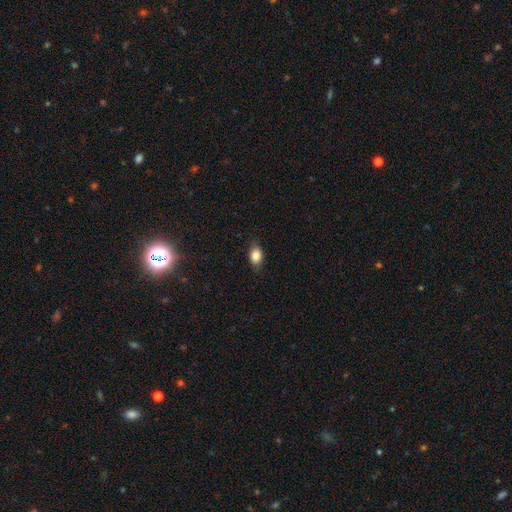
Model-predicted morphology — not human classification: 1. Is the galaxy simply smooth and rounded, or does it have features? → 86% smooth, 8% star or artifact, 6% featured or disk.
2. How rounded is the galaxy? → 83% in between, 15% round, 2% cigar-shaped.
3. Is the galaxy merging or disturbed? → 81% none, 15% minor disturbance, 3% major disturbance, 1% merger.